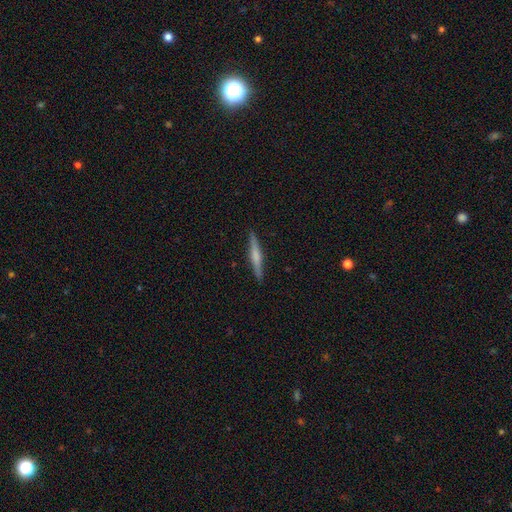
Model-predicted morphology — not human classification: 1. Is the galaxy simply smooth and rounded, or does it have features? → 53% featured or disk, 42% smooth, 6% star or artifact.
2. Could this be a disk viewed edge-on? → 98% yes, 2% no.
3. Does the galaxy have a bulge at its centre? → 56% rounded, 25% none, 19% boxy.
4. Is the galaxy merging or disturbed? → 91% none, 6% minor disturbance, 1% major disturbance, 1% merger.